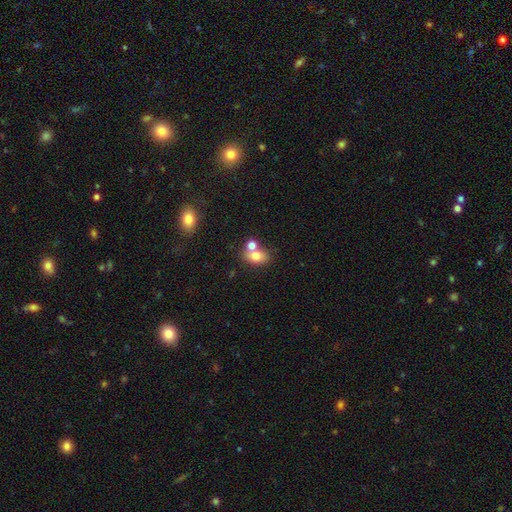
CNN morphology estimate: type=smooth (75%); roundness=in between (66%); merging=none (46%).